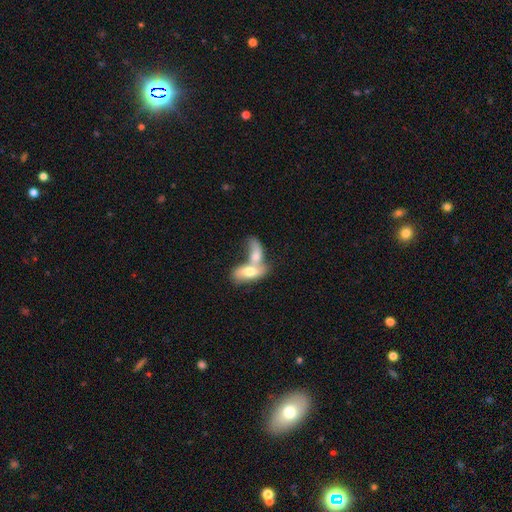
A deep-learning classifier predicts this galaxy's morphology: Smooth or featured?
  - smooth: 64% *
  - featured or disk: 30%
  - star or artifact: 7%
How rounded?
  - in between: 80% *
  - cigar-shaped: 15%
  - round: 5%
Merging?
  - merger: 80% *
  - none: 10%
  - major disturbance: 5%
  - minor disturbance: 5%